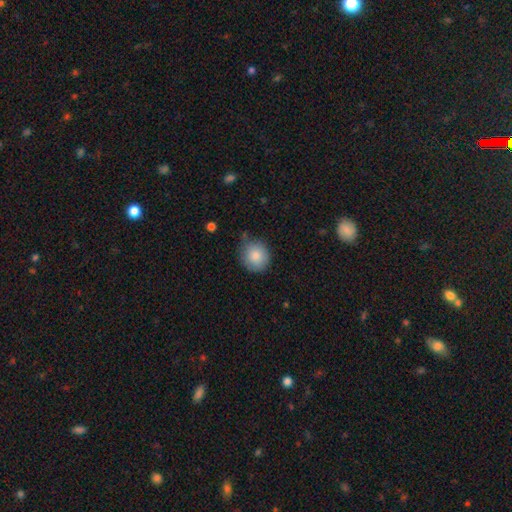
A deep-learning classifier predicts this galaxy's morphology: A smooth galaxy with no disk features (86%) that is round (87%). Merging: none (72%).